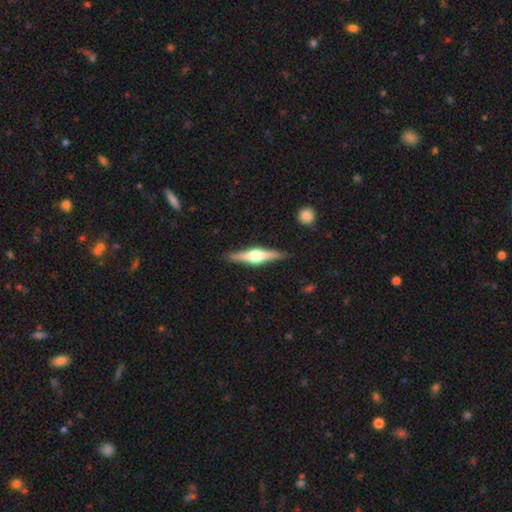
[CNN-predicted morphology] This is likely a featured or disk galaxy (75%). It is clearly viewed edge-on (98%). Edge-on bulge: clearly rounded (92%). Merging: clearly none (89%).